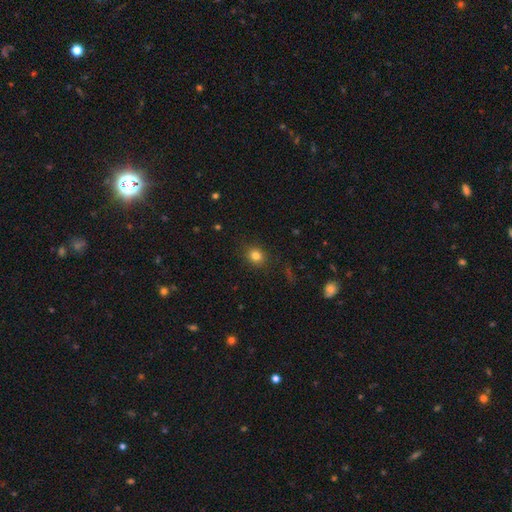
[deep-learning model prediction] smooth-or-featured: smooth: 81% | star or artifact: 13% | featured or disk: 6%
  how-rounded: round: 74% | in between: 25% | cigar-shaped: 1%
  merging: none: 88% | minor disturbance: 9% | major disturbance: 3% | merger: 1%